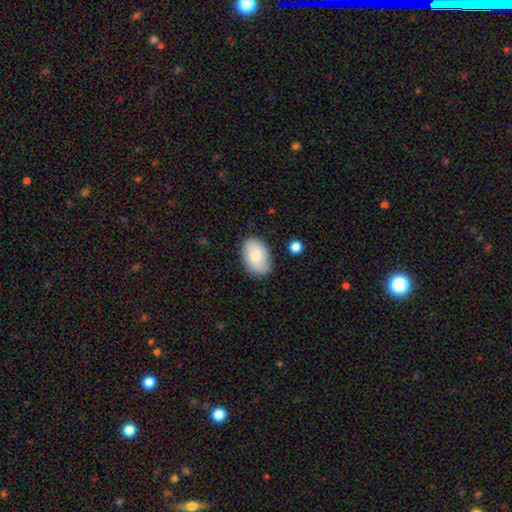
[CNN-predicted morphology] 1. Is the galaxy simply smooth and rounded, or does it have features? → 74% smooth, 19% featured or disk, 7% star or artifact.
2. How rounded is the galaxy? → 87% in between, 12% round, 1% cigar-shaped.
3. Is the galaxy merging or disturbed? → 79% none, 15% minor disturbance, 4% major disturbance, 2% merger.